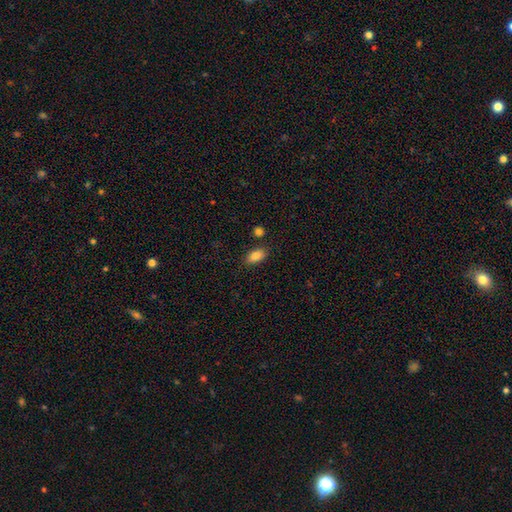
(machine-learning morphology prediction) smooth_or_featured: smooth (p=0.85) [alt: star or artifact p=0.08]
how_rounded: in between (p=0.90) [alt: round p=0.06]
merging: none (p=0.82) [alt: minor disturbance p=0.12]